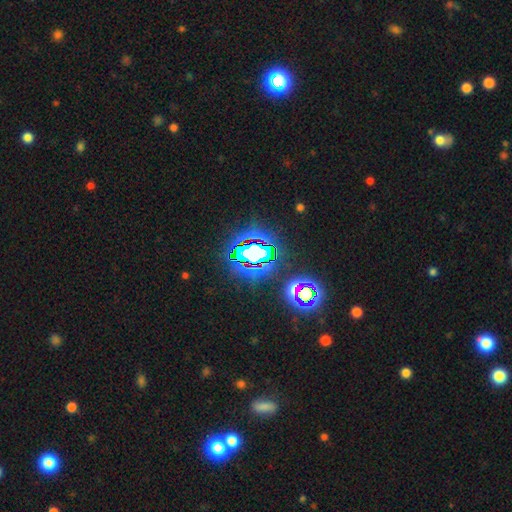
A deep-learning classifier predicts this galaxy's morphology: A star or artifact, not a galaxy (82%).